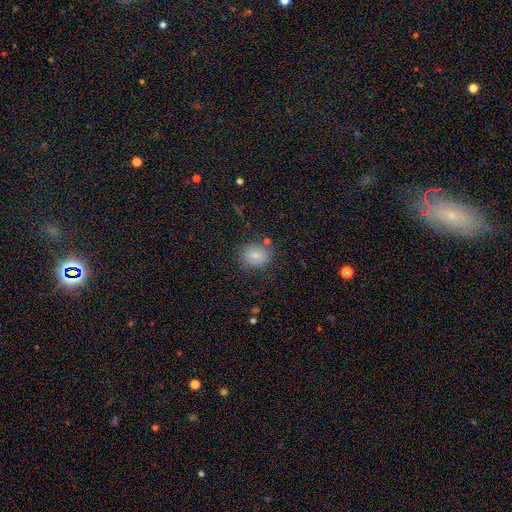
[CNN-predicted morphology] Overall: smooth (75%). How rounded: in between (53%; round 46%). Merging: none (76%).